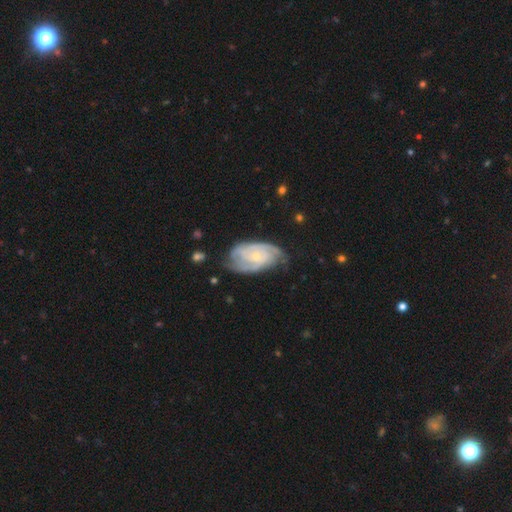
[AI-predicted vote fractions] Smooth or featured? Predicted: featured or disk (p=0.83). Edge-on disk? Predicted: no (p=0.97). Bar? Predicted: no (p=0.66). Spiral arms? Predicted: yes (p=0.96). Spiral winding? Predicted: tight (p=0.57). Spiral arm count? Predicted: 2 (p=0.41). Bulge size? Predicted: small (p=0.73). Merging? Predicted: none (p=0.63).